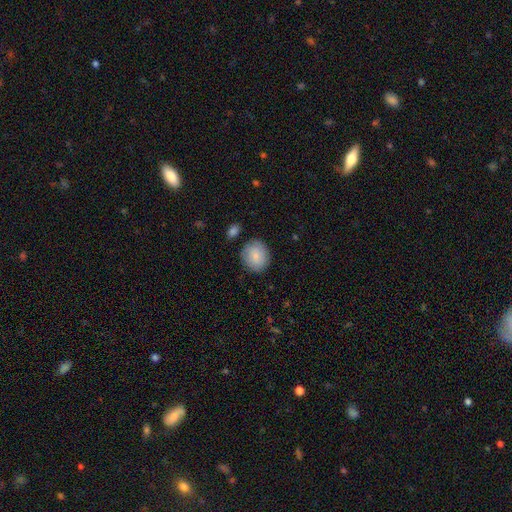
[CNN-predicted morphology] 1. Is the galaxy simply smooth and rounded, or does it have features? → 83% smooth, 10% featured or disk, 6% star or artifact.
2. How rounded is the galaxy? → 80% round, 19% in between, 1% cigar-shaped.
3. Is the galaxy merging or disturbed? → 82% none, 12% minor disturbance, 3% major disturbance, 3% merger.